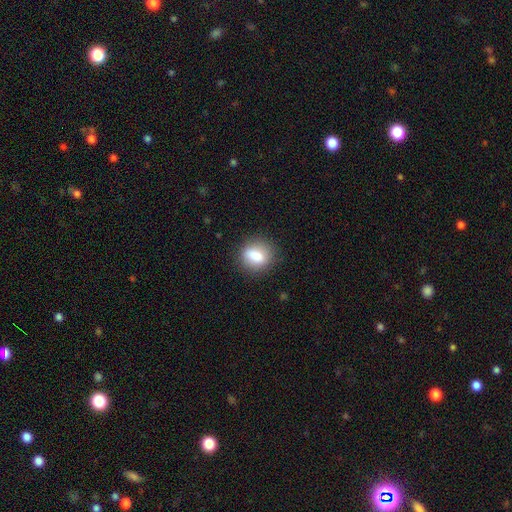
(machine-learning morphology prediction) Smooth or featured? Predicted: smooth (p=0.79). How rounded? Predicted: round (p=0.58). Merging? Predicted: none (p=0.81).